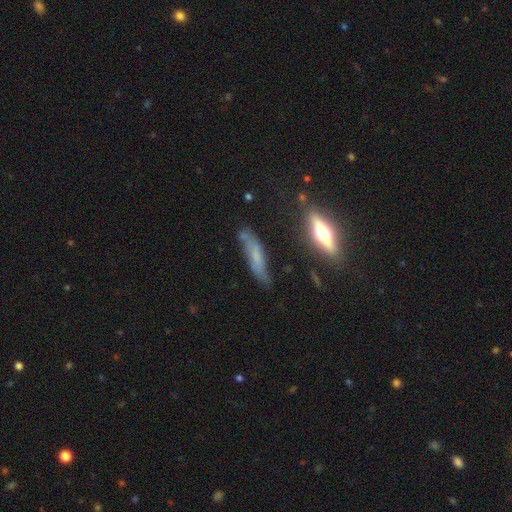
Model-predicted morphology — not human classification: Overall: smooth (45%; featured or disk 43%). Merging: none (66%).